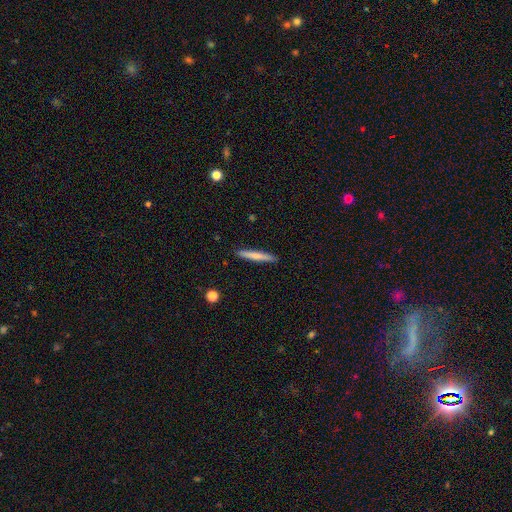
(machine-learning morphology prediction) A smooth galaxy with no disk features (68%) that is cigar-shaped (95%).

Vote fractions:
- Smooth or featured? smooth: 68% / featured or disk: 27% / star or artifact: 6%
- How rounded? cigar-shaped: 95% / in between: 3% / round: 1%
- Merging? none: 91% / minor disturbance: 6% / major disturbance: 1% / merger: 1%